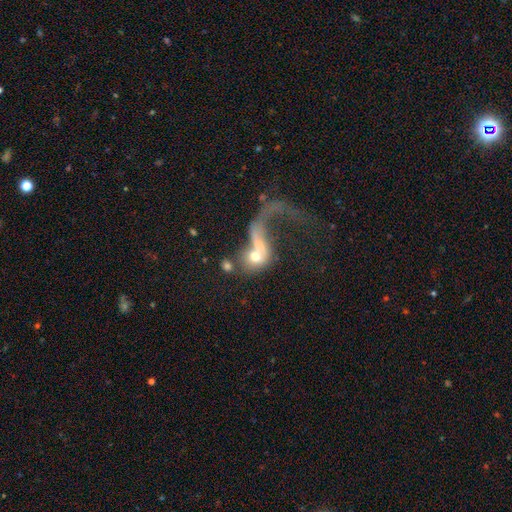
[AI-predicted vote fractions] Smooth or featured?
  - smooth: 46% *
  - featured or disk: 43%
  - star or artifact: 11%
Merging?
  - major disturbance: 42% *
  - merger: 39%
  - none: 13%
  - minor disturbance: 7%